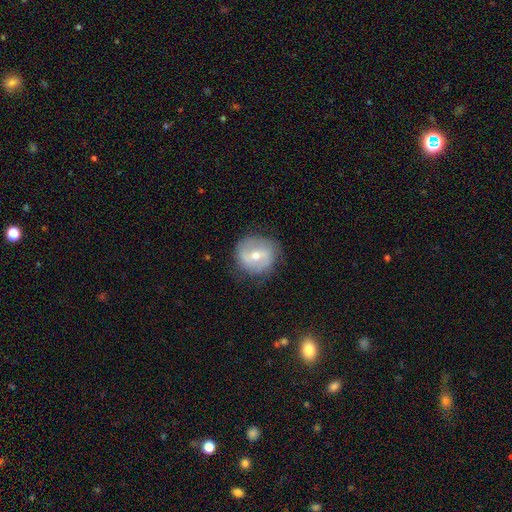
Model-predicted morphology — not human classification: smooth_or_featured: featured or disk (p=0.59) [alt: smooth p=0.33]
disk_edge_on: no (p=0.95) [alt: yes p=0.05]
bar: weak (p=0.45) [alt: strong p=0.32]
has_spiral_arms: yes (p=0.67) [alt: no p=0.33]
bulge_size: moderate (p=0.58) [alt: small p=0.38]
merging: none (p=0.79) [alt: minor disturbance p=0.14]